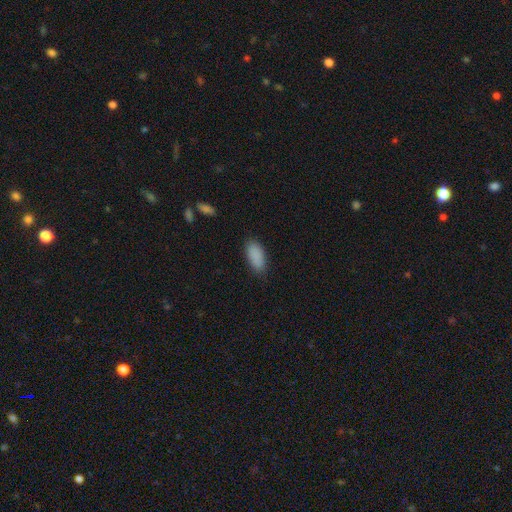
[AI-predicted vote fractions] This appears to be a smooth galaxy with no disk features (89%) that is in between round and cigar-shaped (90%). Merging: none (81%).